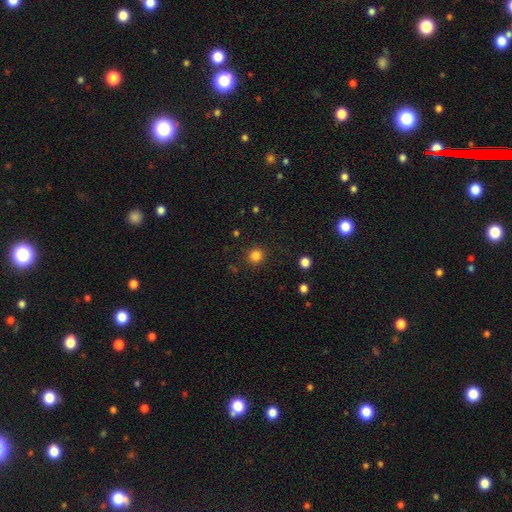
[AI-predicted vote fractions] Smooth or featured?
  - smooth: 83% *
  - star or artifact: 13%
  - featured or disk: 4%
How rounded?
  - round: 93% *
  - in between: 6%
  - cigar-shaped: 1%
Merging?
  - none: 90% *
  - minor disturbance: 6%
  - major disturbance: 2%
  - merger: 1%